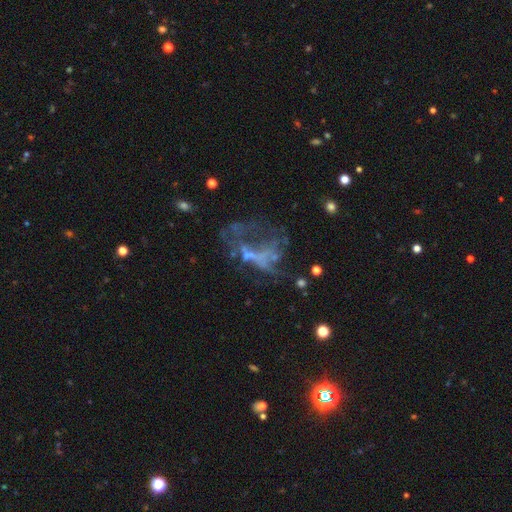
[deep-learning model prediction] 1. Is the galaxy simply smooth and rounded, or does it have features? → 57% featured or disk, 26% star or artifact, 17% smooth.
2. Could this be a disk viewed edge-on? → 97% no, 3% yes.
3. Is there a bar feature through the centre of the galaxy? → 87% no, 9% weak, 4% strong.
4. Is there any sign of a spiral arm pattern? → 88% no, 12% yes.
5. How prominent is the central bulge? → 78% none, 11% small, 7% moderate, 2% large, 1% dominant.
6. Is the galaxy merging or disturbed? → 46% major disturbance, 31% none, 13% minor disturbance, 11% merger.